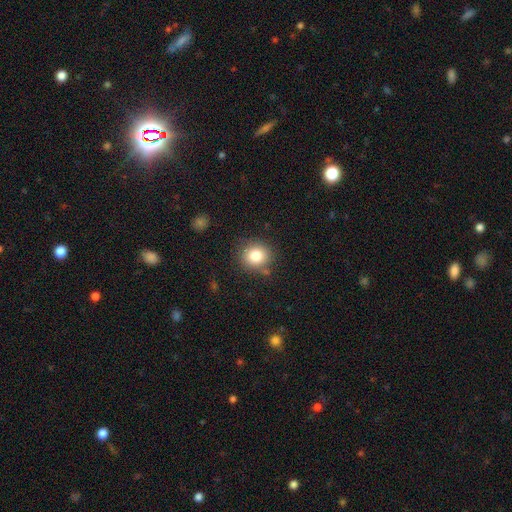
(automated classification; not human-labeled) smooth-or-featured: smooth: 82% | star or artifact: 10% | featured or disk: 8%
  how-rounded: round: 83% | in between: 16% | cigar-shaped: 1%
  merging: none: 80% | minor disturbance: 13% | merger: 4% | major disturbance: 4%